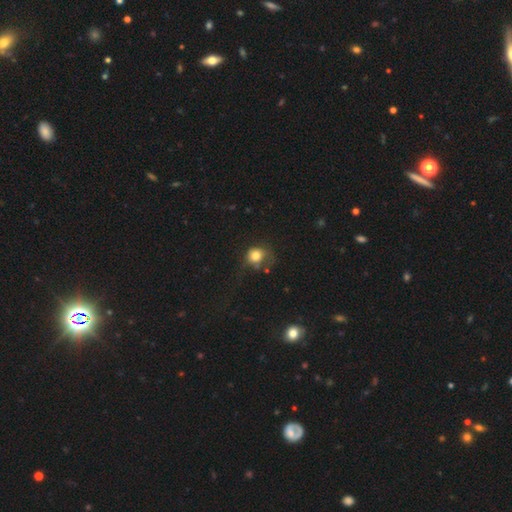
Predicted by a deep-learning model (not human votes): The model was most divided on "merging": none: 43%, minor disturbance: 27%, major disturbance: 24%, merger: 6%. More confident: smooth or featured — smooth (77%); how rounded — round (77%).